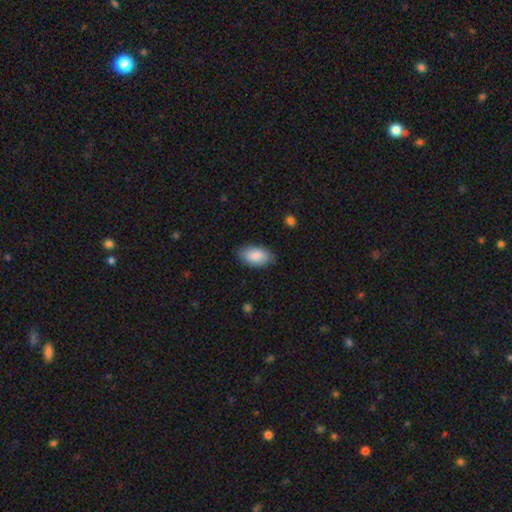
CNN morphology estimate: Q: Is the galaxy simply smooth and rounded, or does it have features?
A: smooth — 88%.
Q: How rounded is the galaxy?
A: in between — 94%.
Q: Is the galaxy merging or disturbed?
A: none — 84%.